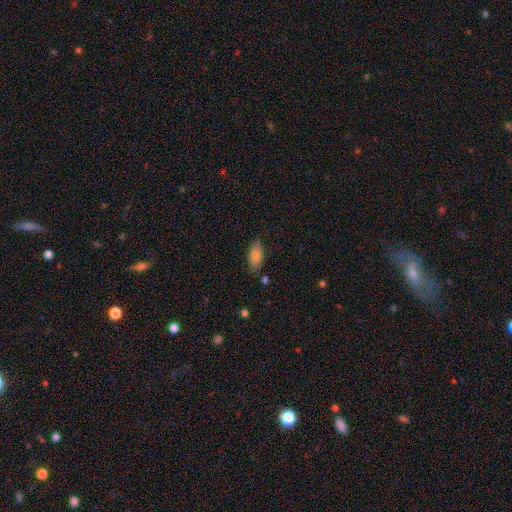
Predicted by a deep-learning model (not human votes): A smooth galaxy with no disk features (77%) that is in between round and cigar-shaped (87%).

Vote fractions:
- Smooth or featured? smooth: 77% / featured or disk: 16% / star or artifact: 7%
- How rounded? in between: 87% / cigar-shaped: 10% / round: 3%
- Merging? none: 79% / minor disturbance: 15% / merger: 3% / major disturbance: 3%